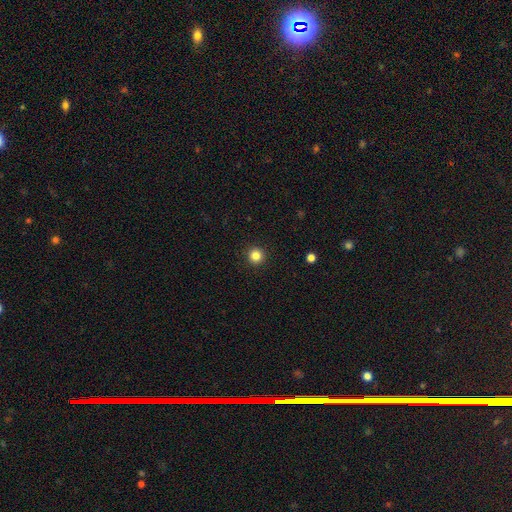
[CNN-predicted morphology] Q: Smooth or featured?
A: smooth (84%); runner-up: star or artifact (12%)
Q: How rounded?
A: round (96%); runner-up: in between (3%)
Q: Merging?
A: none (94%); runner-up: minor disturbance (4%)